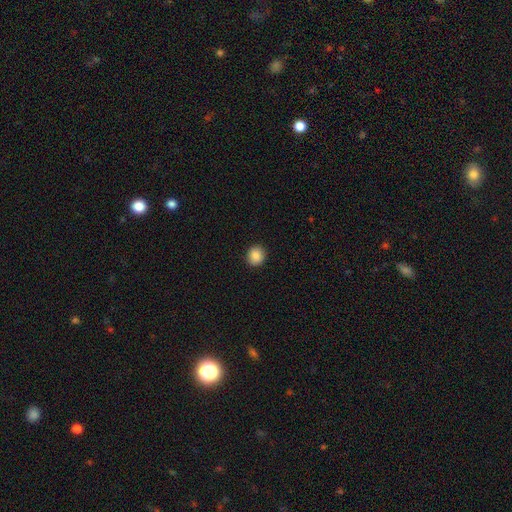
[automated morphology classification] Overall: smooth (87%). How rounded: round (84%). Merging: none (92%).